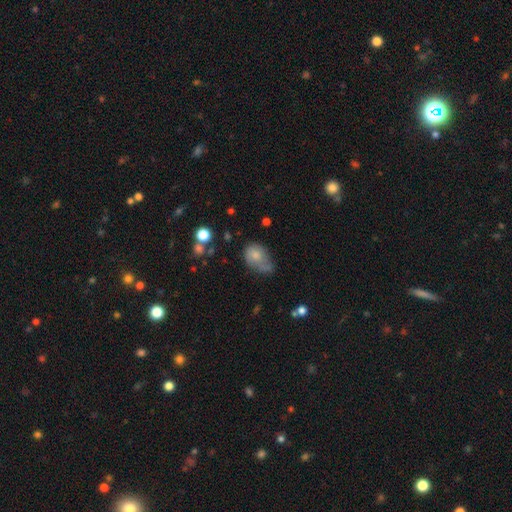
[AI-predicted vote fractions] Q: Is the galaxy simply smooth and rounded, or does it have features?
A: smooth — 72%.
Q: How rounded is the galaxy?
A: in between — 72%.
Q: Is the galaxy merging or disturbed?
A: minor disturbance — 33%.